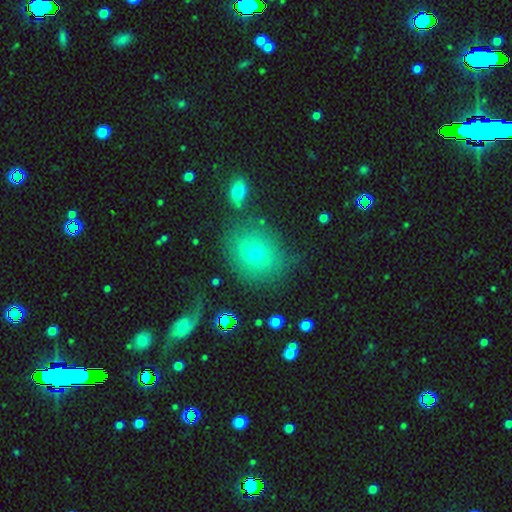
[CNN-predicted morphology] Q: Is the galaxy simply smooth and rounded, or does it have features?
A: smooth — 60%.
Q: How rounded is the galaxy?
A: round — 65%.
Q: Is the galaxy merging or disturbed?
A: none — 70%.